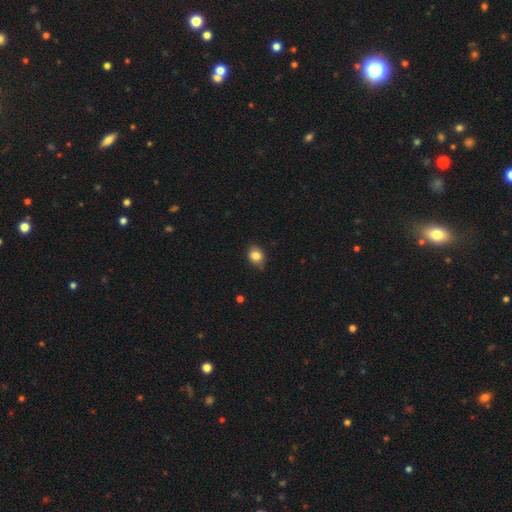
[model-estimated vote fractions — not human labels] A smooth galaxy with no disk features (83%) that is round (52%). Merging: none (73%).